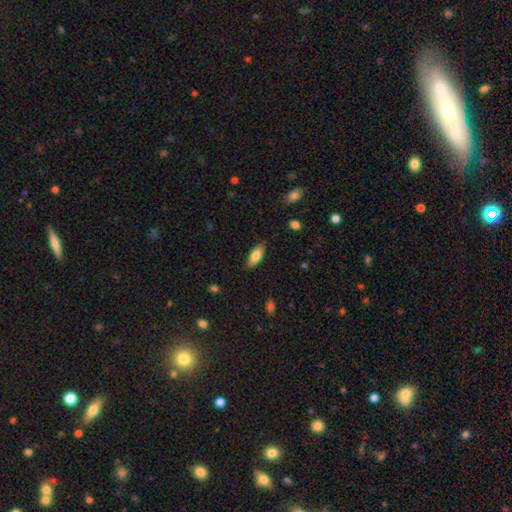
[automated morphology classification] Smooth or featured?
  - smooth: 78% *
  - featured or disk: 16%
  - star or artifact: 6%
How rounded?
  - in between: 79% *
  - cigar-shaped: 19%
  - round: 2%
Merging?
  - none: 84% *
  - minor disturbance: 13%
  - major disturbance: 2%
  - merger: 1%